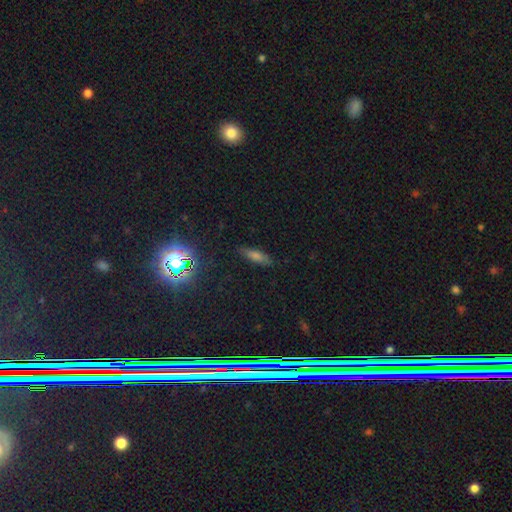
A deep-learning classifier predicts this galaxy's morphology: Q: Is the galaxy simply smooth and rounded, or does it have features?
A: smooth — 59%.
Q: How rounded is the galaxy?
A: cigar-shaped — 54%.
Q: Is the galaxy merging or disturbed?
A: none — 86%.